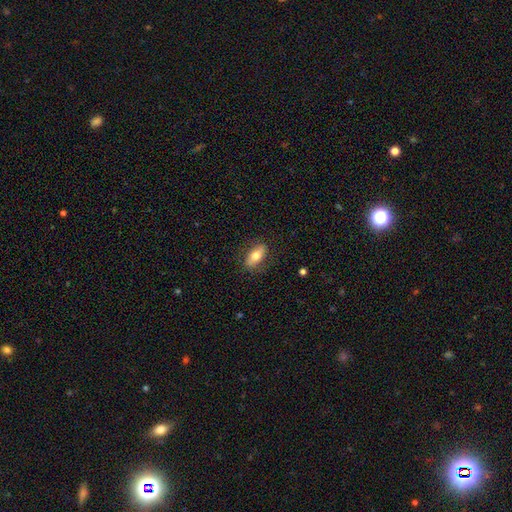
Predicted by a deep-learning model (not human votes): smooth_or_featured: smooth (p=0.70) [alt: featured or disk p=0.23]
how_rounded: in between (p=0.78) [alt: cigar-shaped p=0.18]
merging: none (p=0.82) [alt: minor disturbance p=0.13]